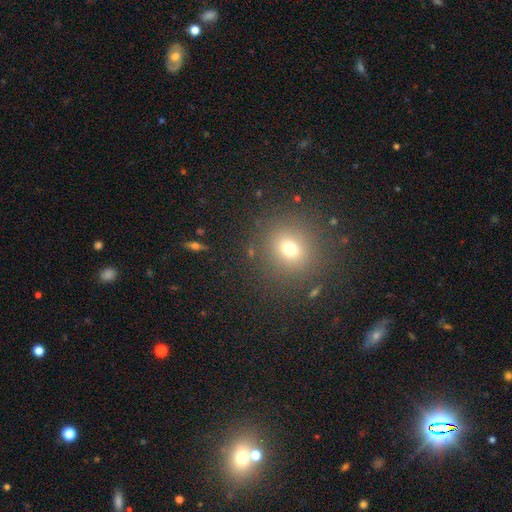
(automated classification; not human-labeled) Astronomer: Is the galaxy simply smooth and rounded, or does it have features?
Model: smooth — 60%.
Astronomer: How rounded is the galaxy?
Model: round — 88%.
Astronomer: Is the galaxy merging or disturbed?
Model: none — 90%.